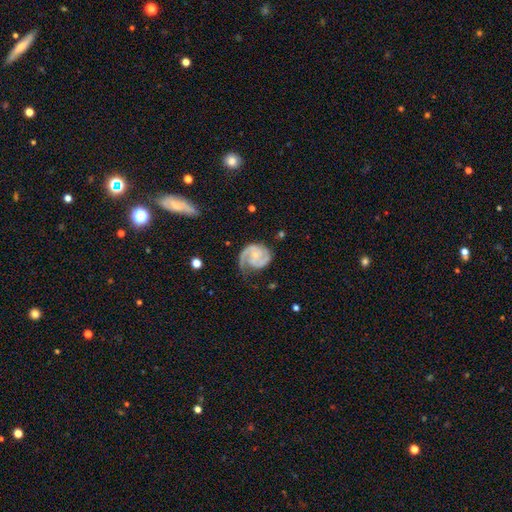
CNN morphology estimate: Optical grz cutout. It shows a featured or disk galaxy (89%) with no bar (65%), 2 (79%) tight (51%) spiral arms (98%) and a small central bulge (66%). Merging: none (61%).